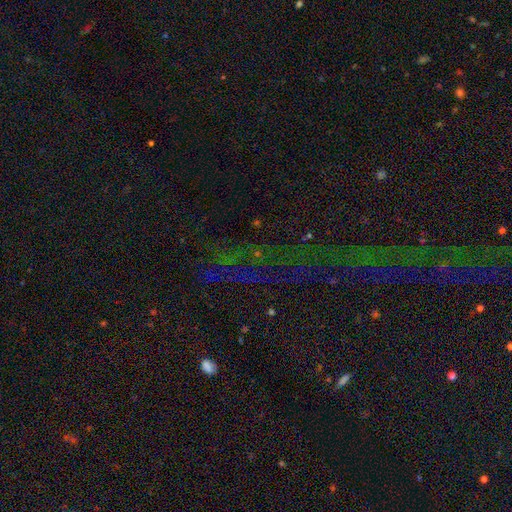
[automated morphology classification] Smooth or featured?
  - star or artifact: 79% *
  - smooth: 10%
  - featured or disk: 10%